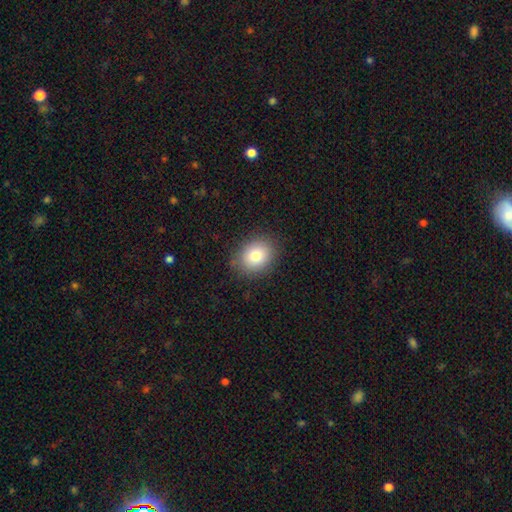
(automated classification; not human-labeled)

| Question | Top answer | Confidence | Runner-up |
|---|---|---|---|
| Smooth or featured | smooth | 80% | star or artifact (10%) |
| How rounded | round | 57% | in between (42%) |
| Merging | none | 85% | minor disturbance (11%) |